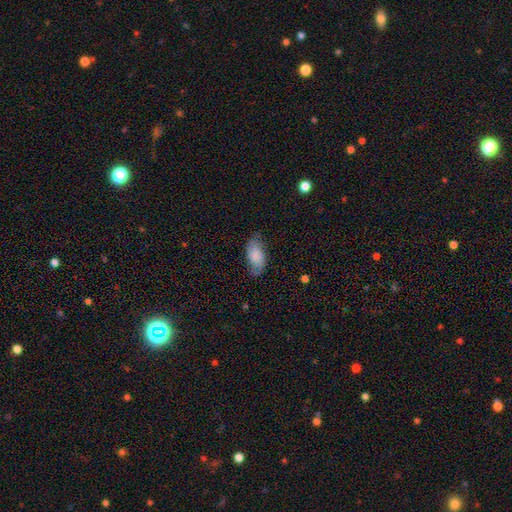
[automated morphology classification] smooth-or-featured: smooth: 73% | featured or disk: 20% | star or artifact: 7%
  how-rounded: in between: 93% | cigar-shaped: 4% | round: 3%
  merging: none: 66% | minor disturbance: 25% | major disturbance: 7% | merger: 1%